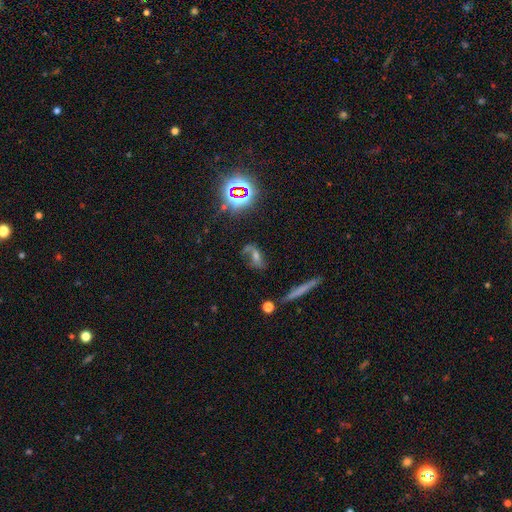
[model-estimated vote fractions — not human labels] Smooth or featured?
  - featured or disk: 49% *
  - star or artifact: 27%
  - smooth: 24%
Merging?
  - none: 56% *
  - minor disturbance: 20%
  - major disturbance: 16%
  - merger: 9%